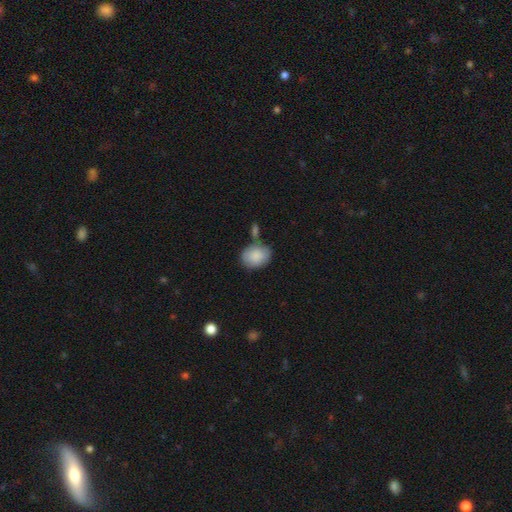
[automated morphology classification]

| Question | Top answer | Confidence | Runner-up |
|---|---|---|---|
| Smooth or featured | smooth | 85% | featured or disk (9%) |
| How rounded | in between | 57% | round (42%) |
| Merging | none | 57% | minor disturbance (19%) |